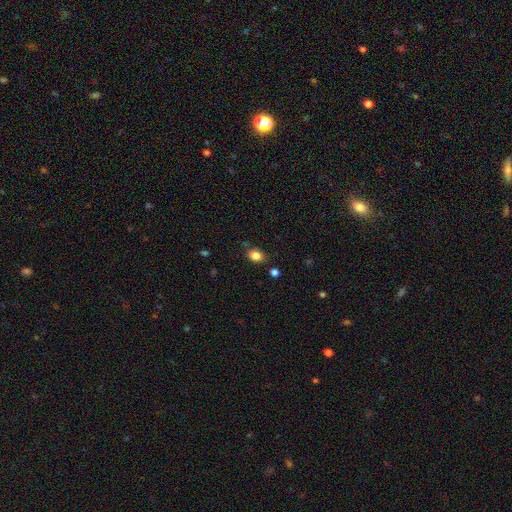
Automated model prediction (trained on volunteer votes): Morphology: type=smooth (84%); roundness=in between (69%); merging=none (79%).